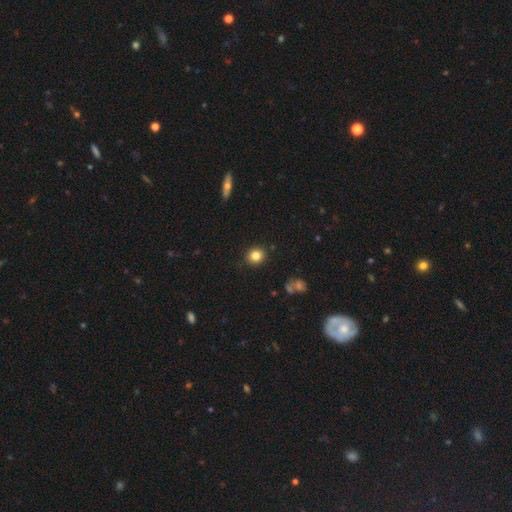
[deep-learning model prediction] Morphology: type=smooth (83%); roundness=round (82%); merging=none (89%).